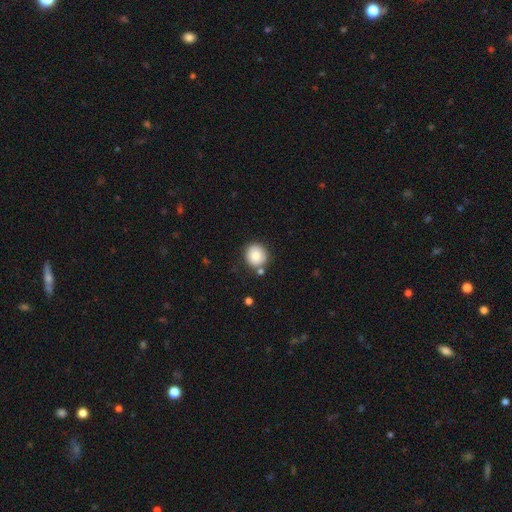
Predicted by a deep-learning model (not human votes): smooth 85%, star or artifact 8%, featured or disk 7%. Down the decision tree: how rounded — round (88%); merging — none (79%).